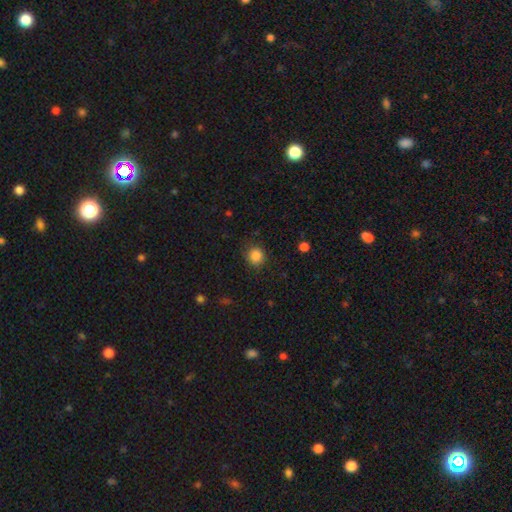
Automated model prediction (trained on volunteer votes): This is clearly a smooth galaxy (85%). How rounded: clearly round (86%). Merging: clearly none (82%).